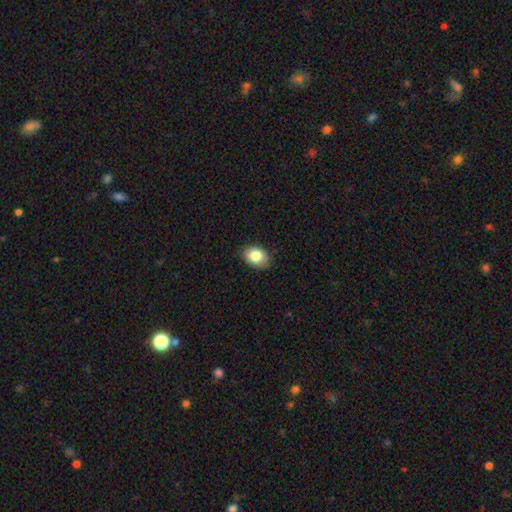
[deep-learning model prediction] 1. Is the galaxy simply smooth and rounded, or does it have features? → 84% smooth, 8% star or artifact, 8% featured or disk.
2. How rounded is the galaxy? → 74% in between, 25% round, 1% cigar-shaped.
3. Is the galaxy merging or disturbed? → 86% none, 11% minor disturbance, 2% major disturbance, 1% merger.